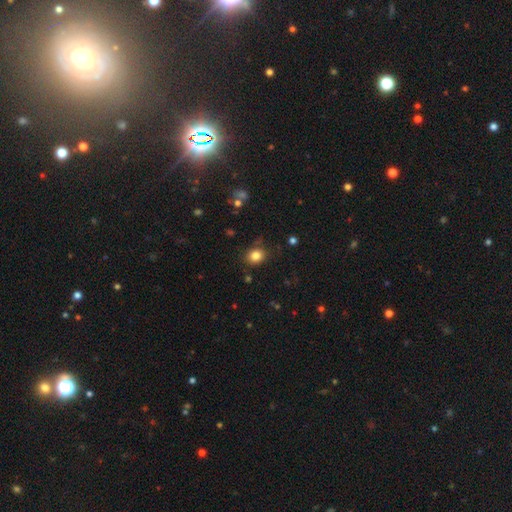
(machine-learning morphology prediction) This appears to be a smooth galaxy with no disk features (83%) that is round (63%). Merging: none (80%).